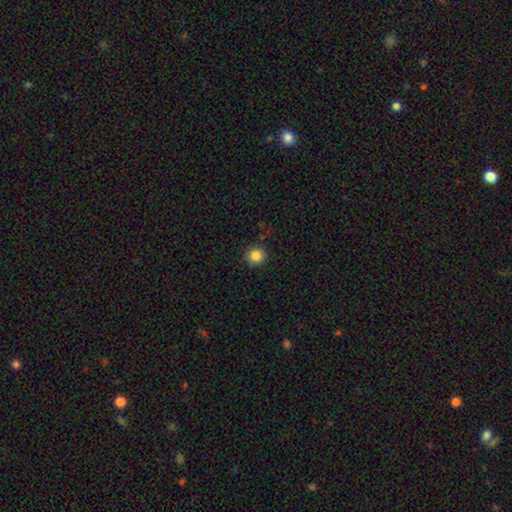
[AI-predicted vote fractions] Smooth or featured? Predicted: smooth (p=0.85). How rounded? Predicted: round (p=0.94). Merging? Predicted: none (p=0.91).